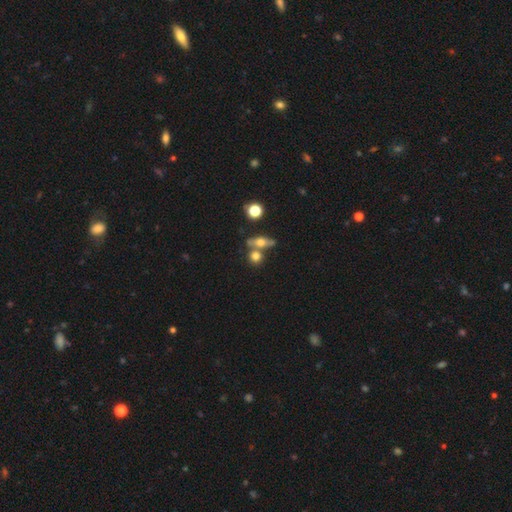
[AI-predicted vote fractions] Morphology: type=smooth (67%); roundness=round (68%); merging=none (56%).